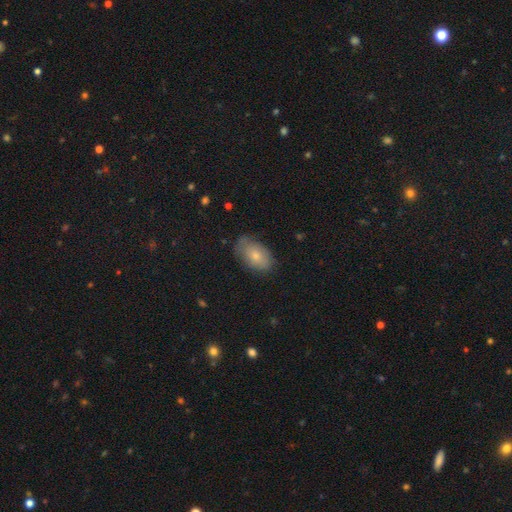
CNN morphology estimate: type=smooth (74%); roundness=in between (92%); merging=none (69%).